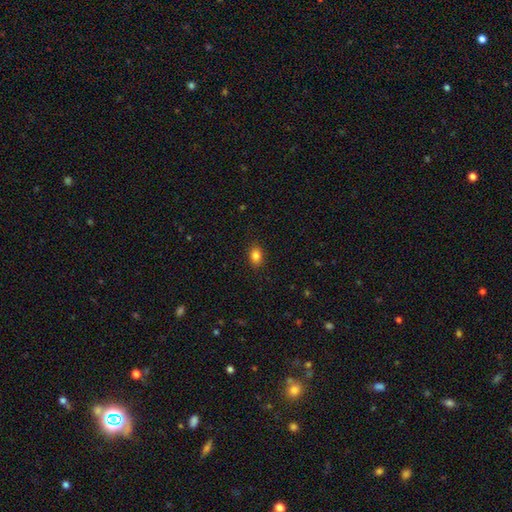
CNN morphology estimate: Smooth or featured: smooth — 85% (star or artifact — 10%)
How rounded: in between — 75% (round — 23%)
Merging: none — 88% (minor disturbance — 8%)